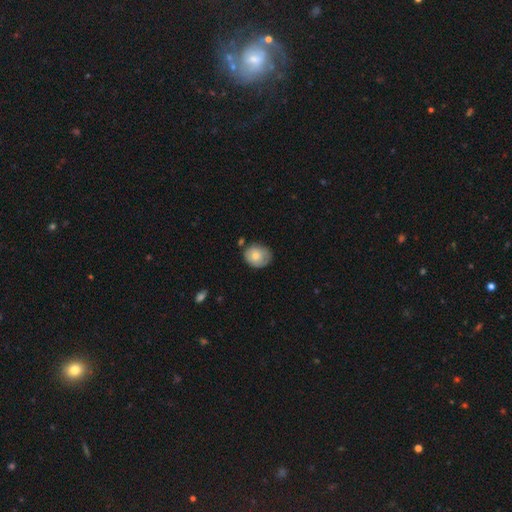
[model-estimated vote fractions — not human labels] Smooth or featured: smooth — 68% (featured or disk — 25%)
How rounded: round — 62% (in between — 37%)
Merging: none — 60% (minor disturbance — 29%)